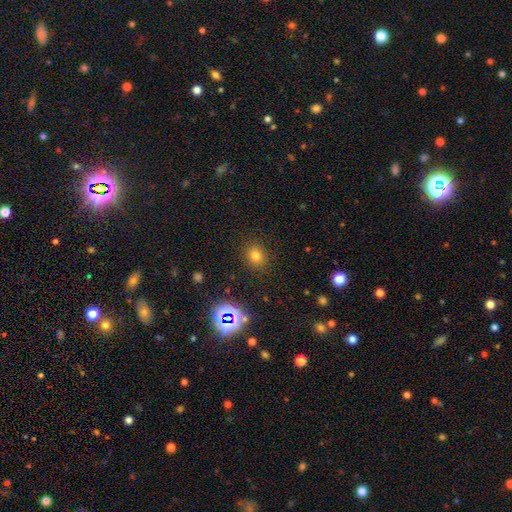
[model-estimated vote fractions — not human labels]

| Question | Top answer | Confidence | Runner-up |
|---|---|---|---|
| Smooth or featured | smooth | 73% | star or artifact (20%) |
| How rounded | round | 70% | in between (29%) |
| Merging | none | 87% | minor disturbance (8%) |